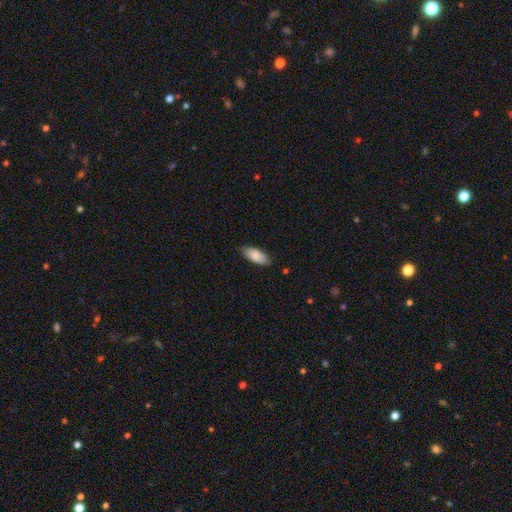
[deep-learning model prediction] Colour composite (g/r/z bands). It shows a smooth galaxy with no disk features (84%) that is in between round and cigar-shaped (86%). Merging: none (82%).